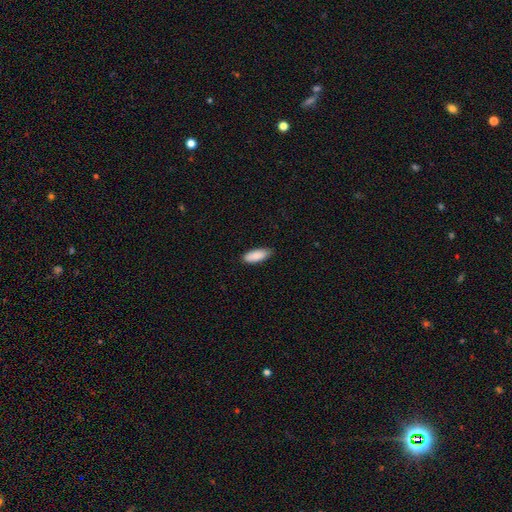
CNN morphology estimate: This appears to be a smooth galaxy with no disk features (90%) that is in between round and cigar-shaped (78%). Merging: none (84%).